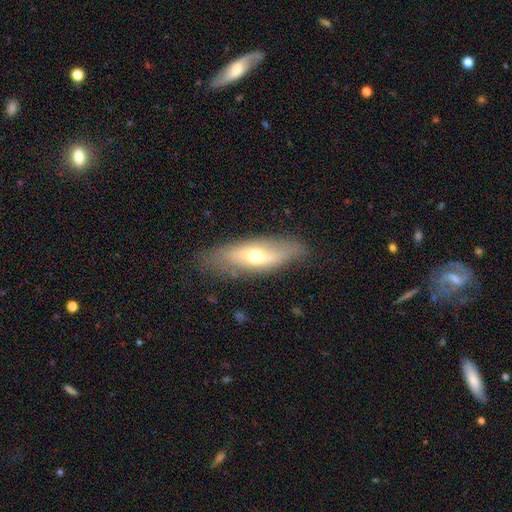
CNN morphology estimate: Smooth or featured? Predicted: featured or disk (p=0.47). Merging? Predicted: none (p=0.77).